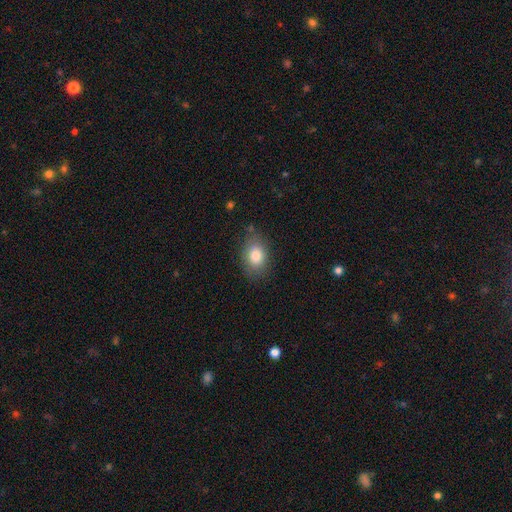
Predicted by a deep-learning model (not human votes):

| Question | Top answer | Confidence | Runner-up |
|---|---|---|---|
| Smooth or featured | smooth | 81% | featured or disk (11%) |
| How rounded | in between | 77% | round (21%) |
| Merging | none | 77% | minor disturbance (17%) |